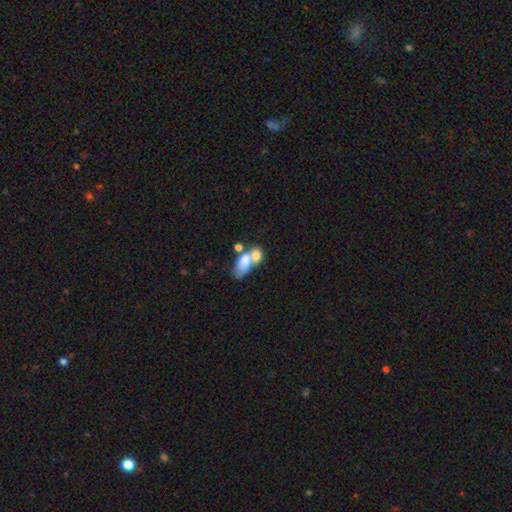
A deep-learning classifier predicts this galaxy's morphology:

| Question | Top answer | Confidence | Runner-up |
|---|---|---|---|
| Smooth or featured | smooth | 71% | featured or disk (20%) |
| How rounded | in between | 79% | round (14%) |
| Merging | merger | 64% | none (19%) |